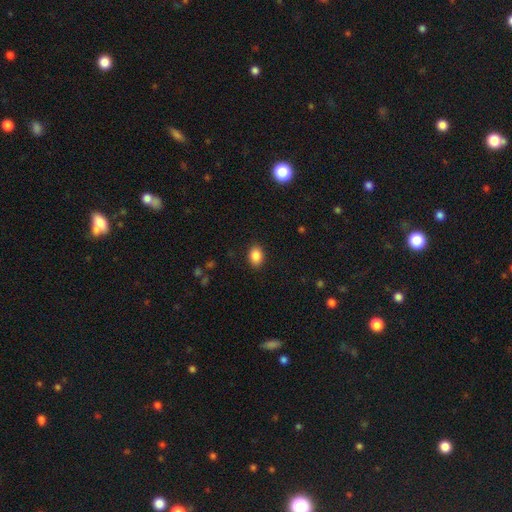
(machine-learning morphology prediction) A smooth galaxy with no disk features (88%) that is in between round and cigar-shaped (77%).

Vote fractions:
- Smooth or featured? smooth: 88% / star or artifact: 8% / featured or disk: 4%
- How rounded? in between: 77% / round: 22% / cigar-shaped: 1%
- Merging? none: 88% / minor disturbance: 8% / major disturbance: 2% / merger: 1%